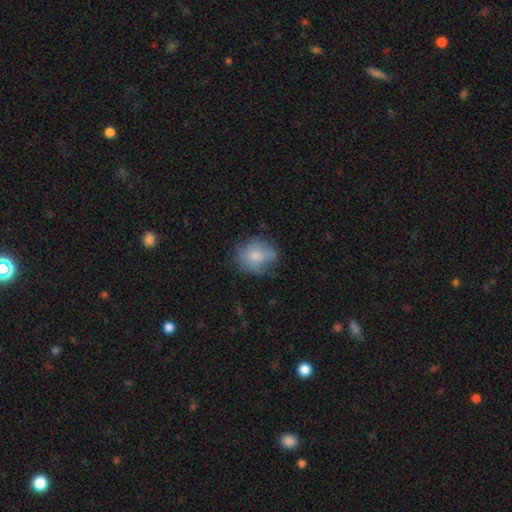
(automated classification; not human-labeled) Smooth or featured? smooth (76%)
How rounded? round (69%)
Merging? none (63%)